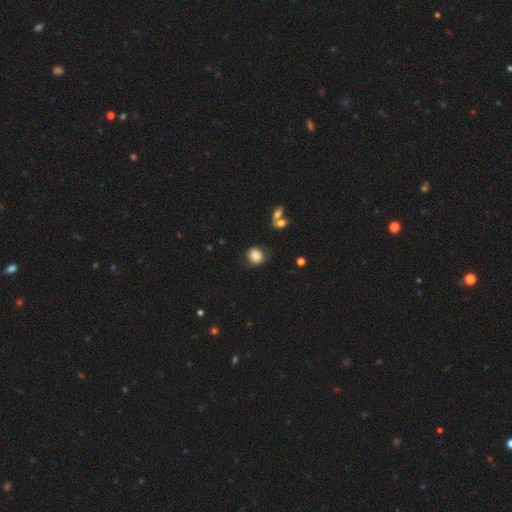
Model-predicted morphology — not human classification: The model was most divided on "how rounded": round: 78%, in between: 21%, cigar-shaped: 1%. More confident: smooth or featured — smooth (84%); merging — none (75%).